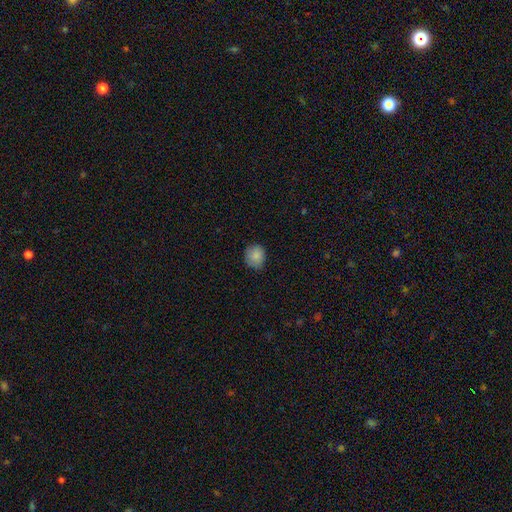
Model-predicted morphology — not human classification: A smooth galaxy with no disk features (86%) that is round (77%).

Vote fractions:
- Smooth or featured? smooth: 86% / star or artifact: 8% / featured or disk: 6%
- How rounded? round: 77% / in between: 22% / cigar-shaped: 1%
- Merging? none: 77% / minor disturbance: 19% / major disturbance: 3% / merger: 1%